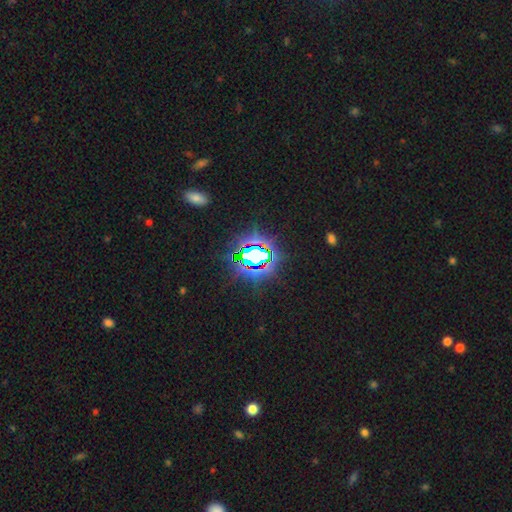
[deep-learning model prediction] This is likely a star or artifact rather than a galaxy (77%).